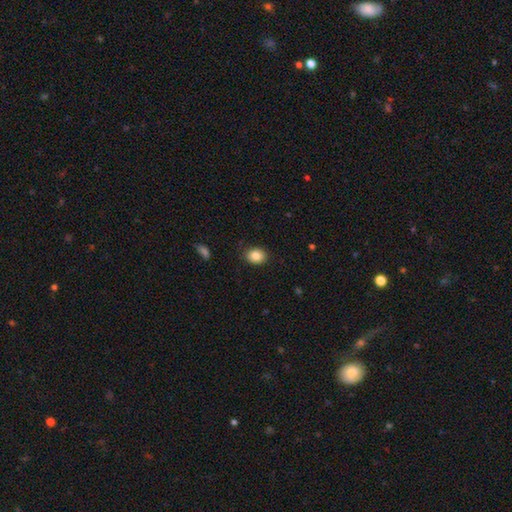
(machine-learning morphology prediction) This appears to be a smooth galaxy with no disk features (86%) that is in between round and cigar-shaped (53%). Merging: none (87%).